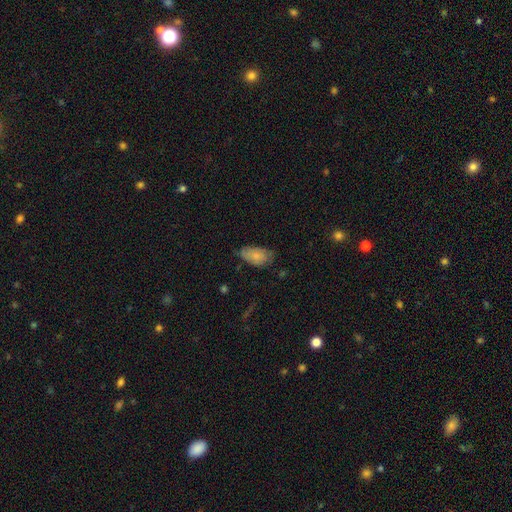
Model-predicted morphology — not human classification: Smooth or featured? smooth (75%)
How rounded? in between (93%)
Merging? none (53%)